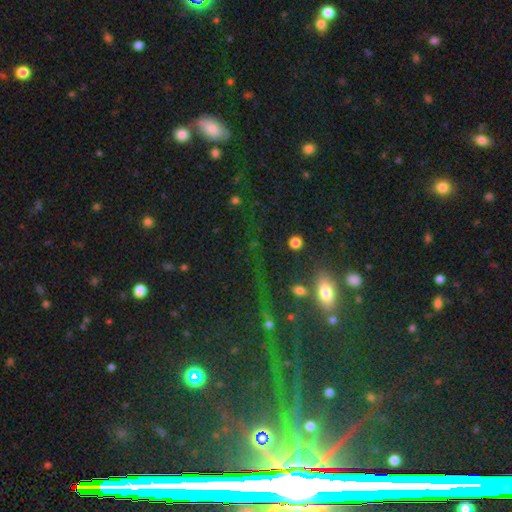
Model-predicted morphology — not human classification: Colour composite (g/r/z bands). It shows a star or artifact, not a galaxy (68%).